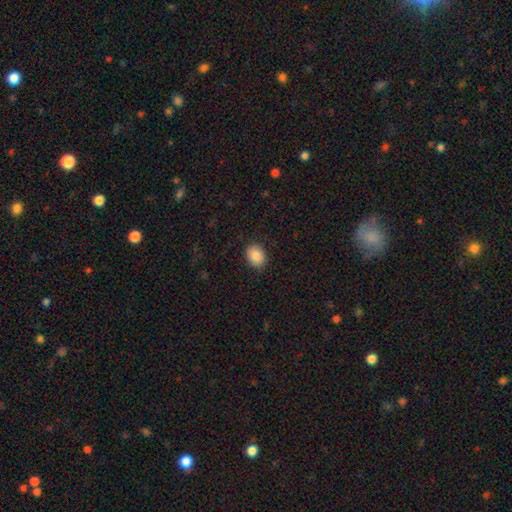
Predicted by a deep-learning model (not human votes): Smooth or featured? smooth (86%)
How rounded? in between (60%)
Merging? none (88%)